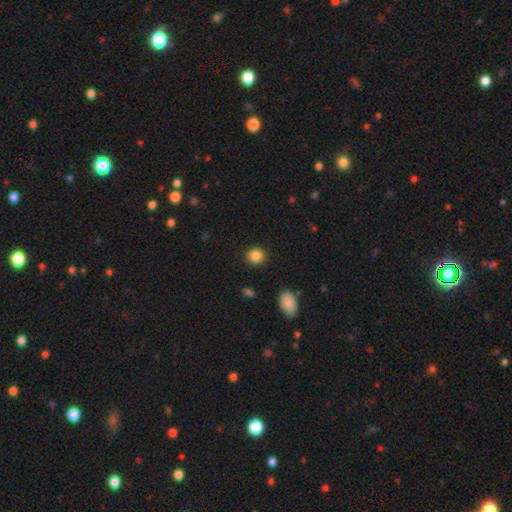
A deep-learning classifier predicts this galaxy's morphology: Smooth or featured: smooth — 86% (star or artifact — 10%)
How rounded: round — 81% (in between — 18%)
Merging: none — 87% (minor disturbance — 9%)